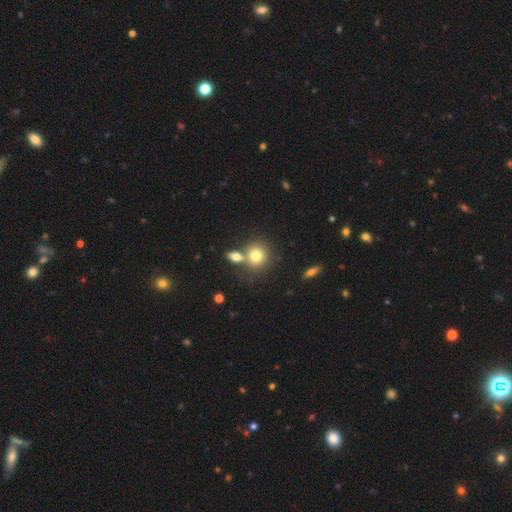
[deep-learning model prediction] Smooth or featured?
  - smooth: 77% *
  - featured or disk: 12%
  - star or artifact: 10%
How rounded?
  - round: 79% *
  - in between: 20%
  - cigar-shaped: 1%
Merging?
  - none: 53% *
  - merger: 35%
  - minor disturbance: 9%
  - major disturbance: 3%